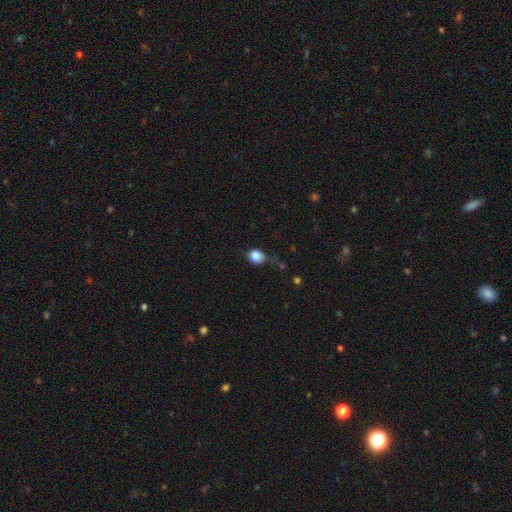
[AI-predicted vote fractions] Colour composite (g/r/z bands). It shows a smooth galaxy with no disk features (85%) that is round (66%). Merging: none (54%).